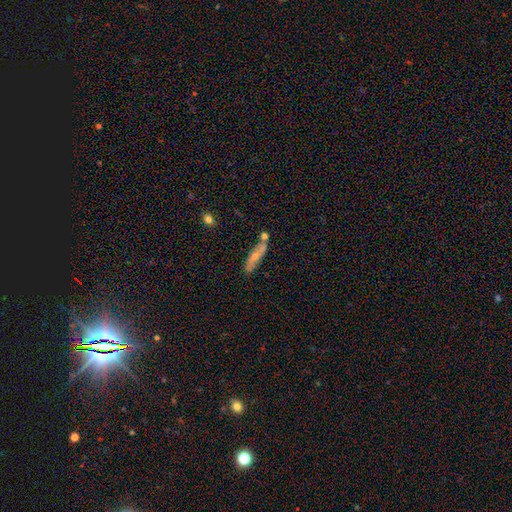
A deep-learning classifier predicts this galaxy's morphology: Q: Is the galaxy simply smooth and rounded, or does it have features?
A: smooth — 58%.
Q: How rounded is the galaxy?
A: cigar-shaped — 73%.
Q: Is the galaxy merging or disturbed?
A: none — 64%.